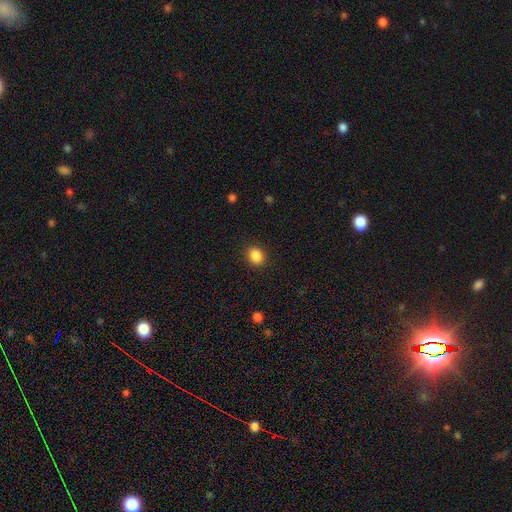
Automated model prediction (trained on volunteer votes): A smooth galaxy with no disk features (88%) that is round (61%). Merging: none (90%).